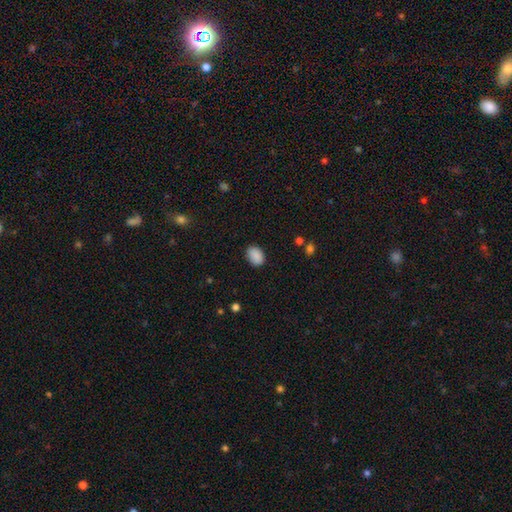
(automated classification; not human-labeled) Overall: smooth (89%). How rounded: in between (75%). Merging: none (84%).